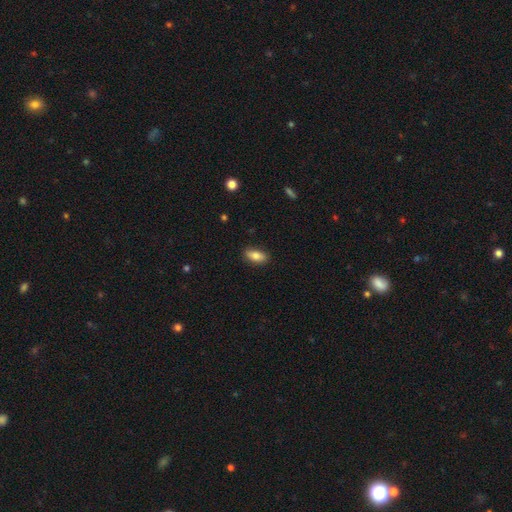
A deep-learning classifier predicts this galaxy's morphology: smooth-or-featured: smooth: 81% | featured or disk: 12% | star or artifact: 7%
  how-rounded: in between: 84% | cigar-shaped: 13% | round: 3%
  merging: none: 87% | minor disturbance: 10% | major disturbance: 2% | merger: 1%